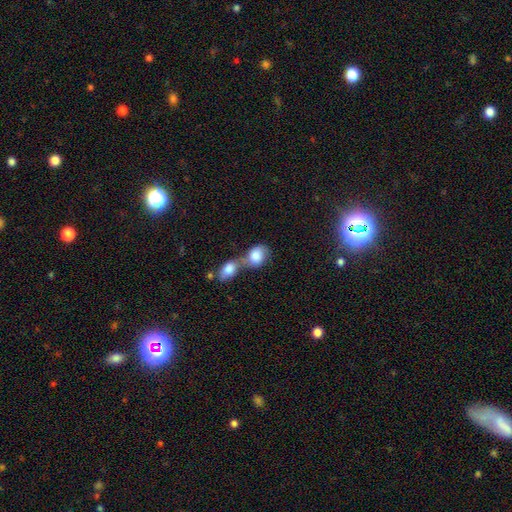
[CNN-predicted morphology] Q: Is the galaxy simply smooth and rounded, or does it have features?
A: smooth — 81%.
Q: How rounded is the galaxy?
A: in between — 69%.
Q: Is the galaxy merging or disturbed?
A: merger — 72%.